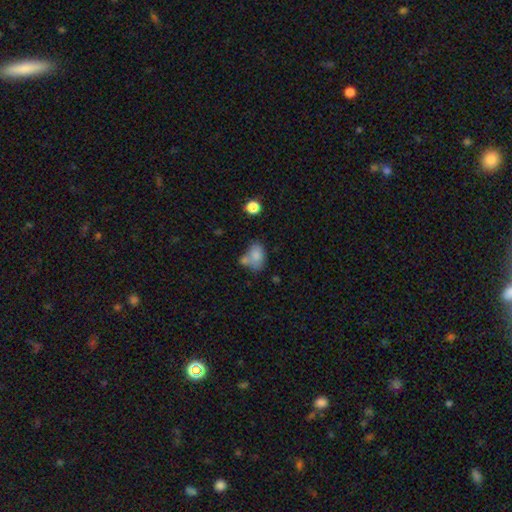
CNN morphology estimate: Smooth or featured?
  - smooth: 79% *
  - featured or disk: 12%
  - star or artifact: 9%
How rounded?
  - in between: 82% *
  - round: 17%
  - cigar-shaped: 1%
Merging?
  - none: 40% *
  - merger: 33%
  - minor disturbance: 19%
  - major disturbance: 8%